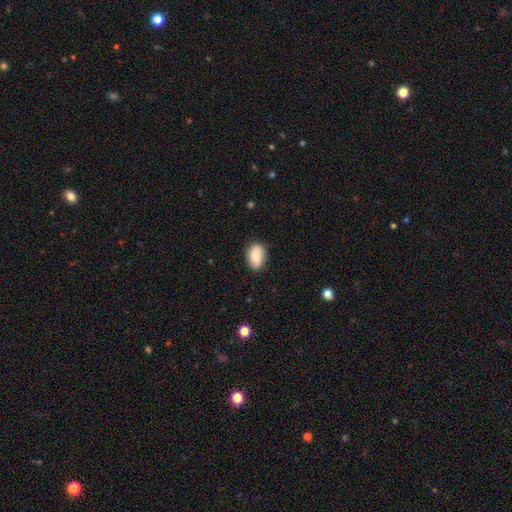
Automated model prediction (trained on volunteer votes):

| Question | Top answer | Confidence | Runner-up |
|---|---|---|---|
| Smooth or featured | smooth | 69% | featured or disk (24%) |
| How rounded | in between | 86% | round (12%) |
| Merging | none | 79% | minor disturbance (16%) |